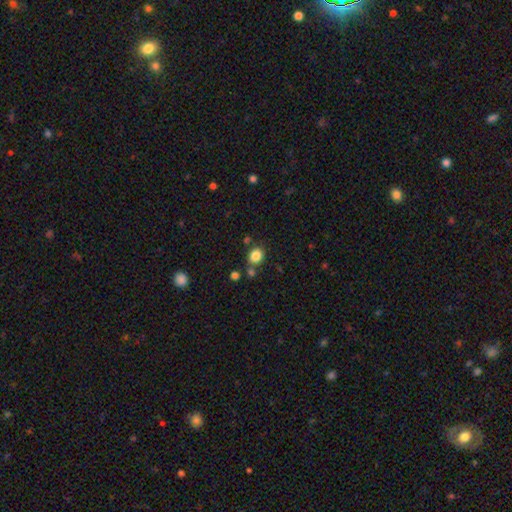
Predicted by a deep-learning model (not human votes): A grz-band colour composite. It shows a smooth galaxy with no disk features (84%) that is round (62%). Merging: none (73%).